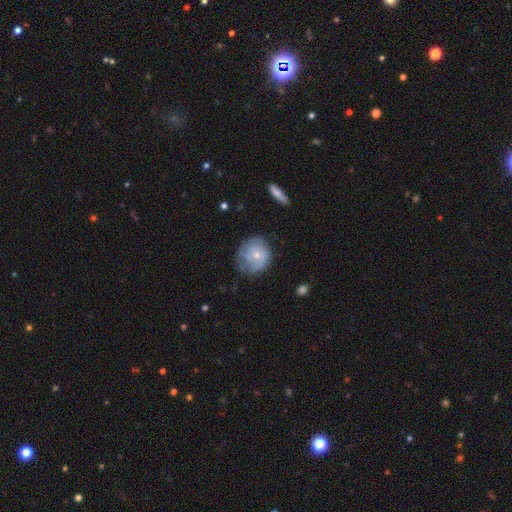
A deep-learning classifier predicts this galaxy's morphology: A smooth galaxy with no disk features (52%) that is round (84%). Merging: none (60%).